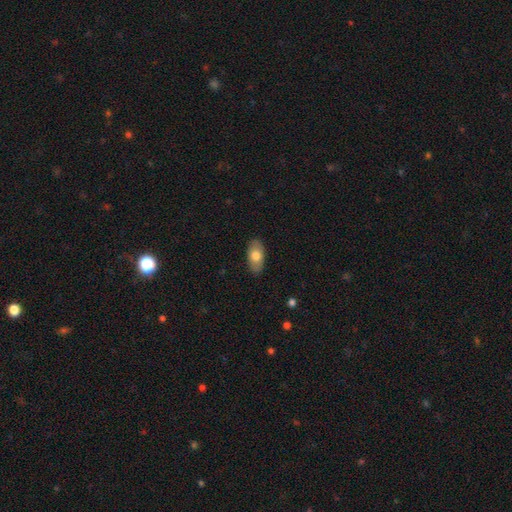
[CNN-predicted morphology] smooth-or-featured: smooth: 73% | featured or disk: 21% | star or artifact: 6%
  how-rounded: in between: 92% | cigar-shaped: 4% | round: 4%
  merging: none: 87% | minor disturbance: 10% | major disturbance: 2% | merger: 1%